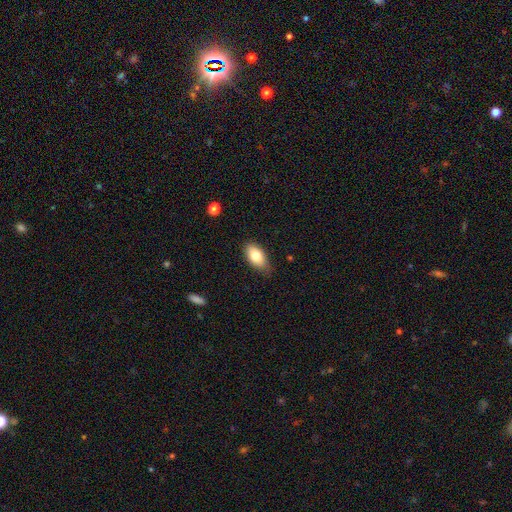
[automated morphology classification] Smooth or featured: smooth — 79% (featured or disk — 14%)
How rounded: in between — 92% (round — 4%)
Merging: none — 77% (minor disturbance — 19%)